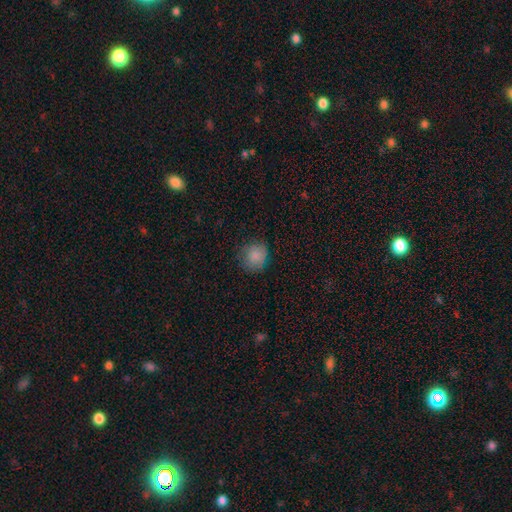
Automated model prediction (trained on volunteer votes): A smooth galaxy with no disk features (85%) that is round (86%). Merging: none (76%).